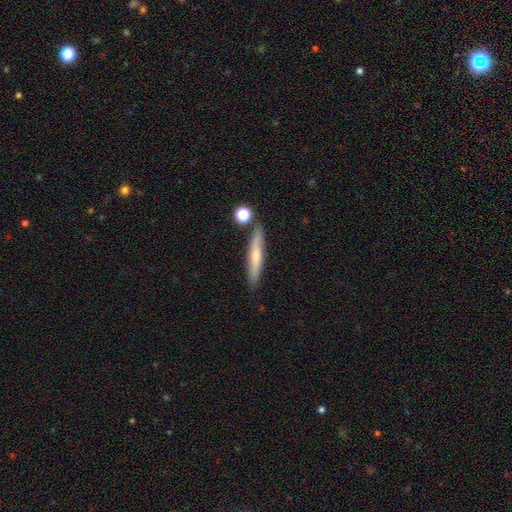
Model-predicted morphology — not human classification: A smooth galaxy with no disk features (55%) that is cigar-shaped (90%). Merging: none (76%).